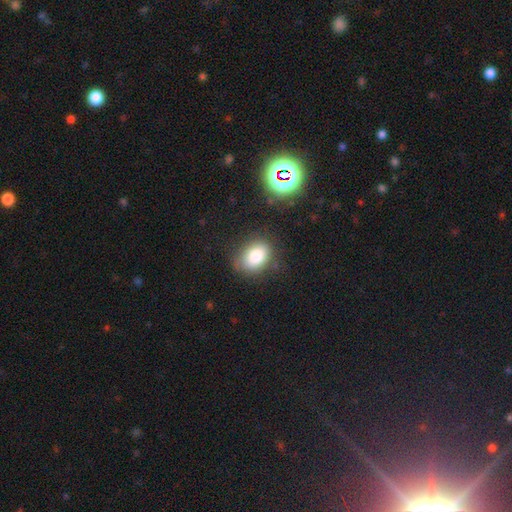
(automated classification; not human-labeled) A smooth galaxy with no disk features (81%) that is in between round and cigar-shaped (73%). Merging: none (75%).